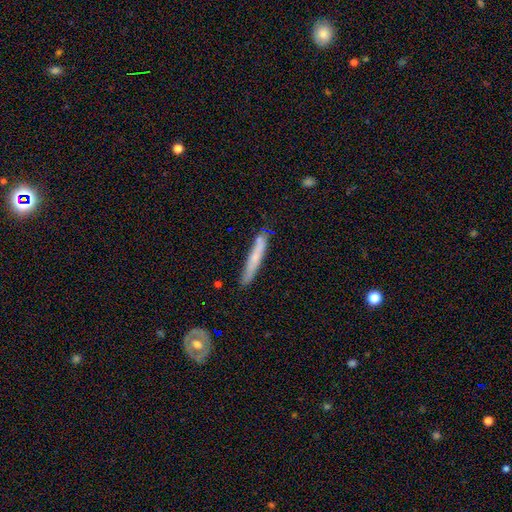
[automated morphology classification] Smooth or featured: smooth — 61% (featured or disk — 33%)
How rounded: cigar-shaped — 95% (in between — 4%)
Merging: none — 78% (minor disturbance — 16%)